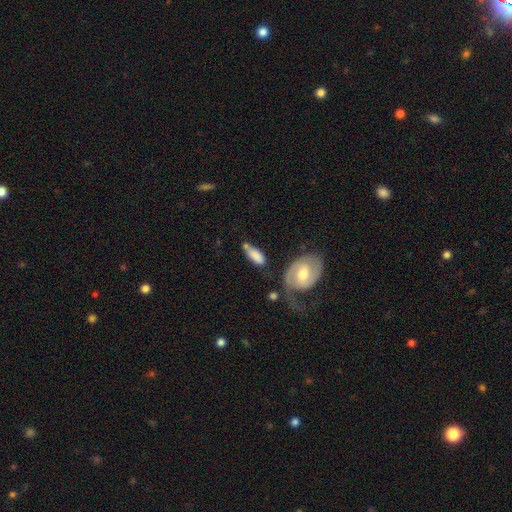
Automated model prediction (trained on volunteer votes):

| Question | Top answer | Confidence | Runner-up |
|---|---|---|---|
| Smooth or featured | smooth | 73% | featured or disk (20%) |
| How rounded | in between | 75% | cigar-shaped (22%) |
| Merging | none | 50% | minor disturbance (24%) |